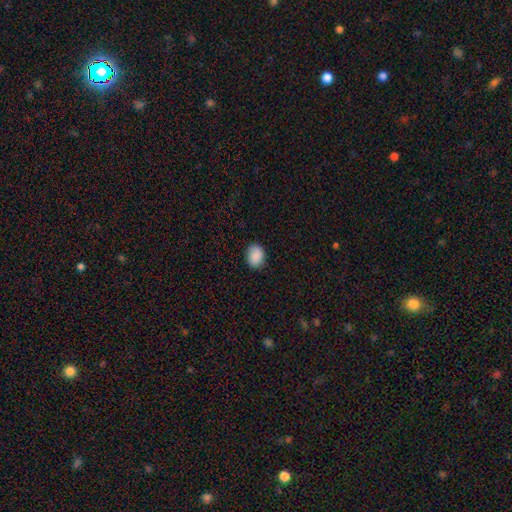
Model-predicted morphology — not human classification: The model was most divided on "how rounded": in between: 67%, round: 32%, cigar-shaped: 1%. More confident: smooth or featured — smooth (89%); merging — none (87%).